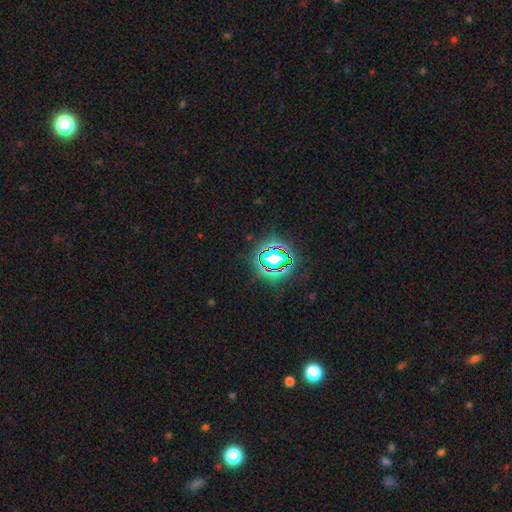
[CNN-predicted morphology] Smooth or featured? star or artifact (77%)